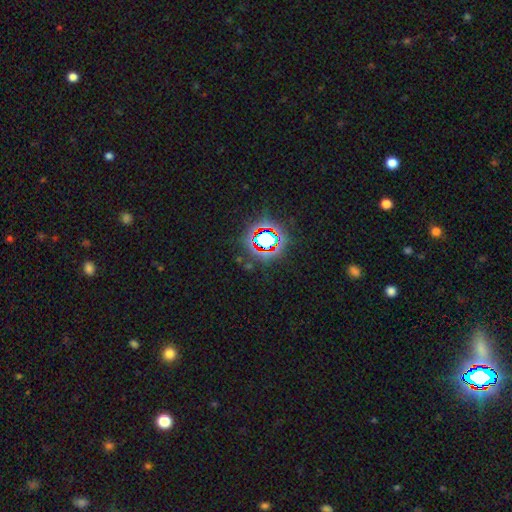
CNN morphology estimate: The model was most divided on "smooth or featured": star or artifact: 80%, smooth: 12%, featured or disk: 8%.